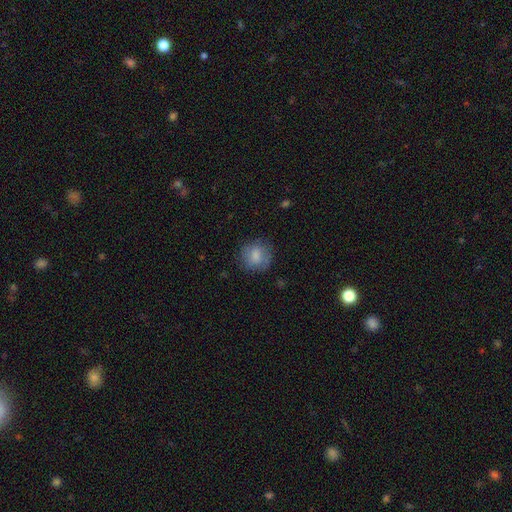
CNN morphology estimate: type=smooth (74%); roundness=round (81%); merging=none (74%).